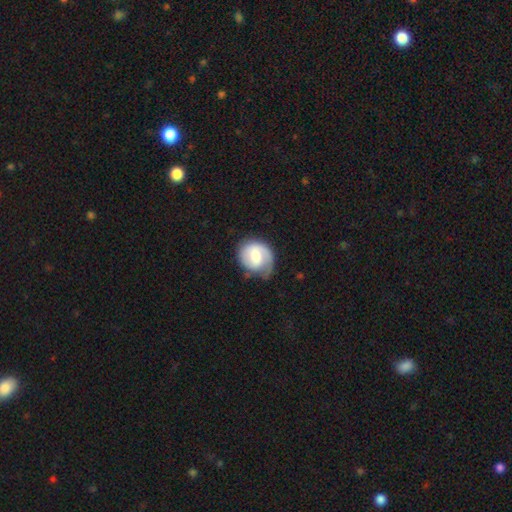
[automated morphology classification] This is possibly a featured or disk galaxy (56%). It is clearly not viewed edge-on (98%). Bar: possibly weak (49%). Spiral arm pattern: clearly yes (87%). Central bulge: possibly moderate (52%). Merging: possibly none (56%).